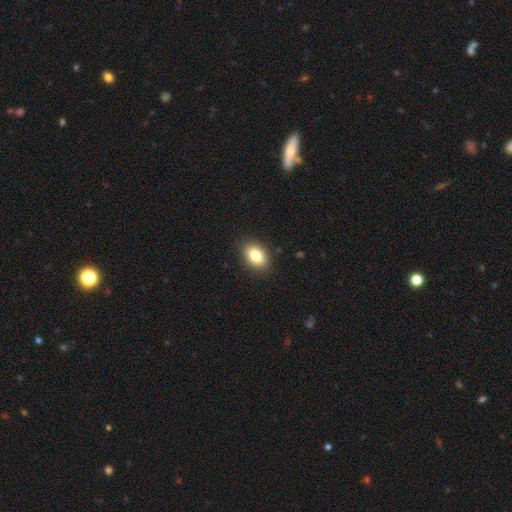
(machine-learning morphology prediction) The model was most divided on "how rounded": in between: 83%, round: 15%, cigar-shaped: 1%. More confident: merging — none (89%); smooth or featured — smooth (84%).